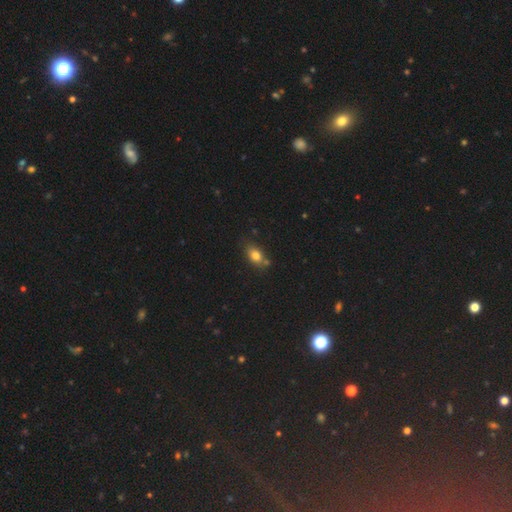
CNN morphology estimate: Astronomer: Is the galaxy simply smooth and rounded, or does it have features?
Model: smooth — 79%.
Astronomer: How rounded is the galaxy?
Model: in between — 79%.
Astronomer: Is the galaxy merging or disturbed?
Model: none — 64%.